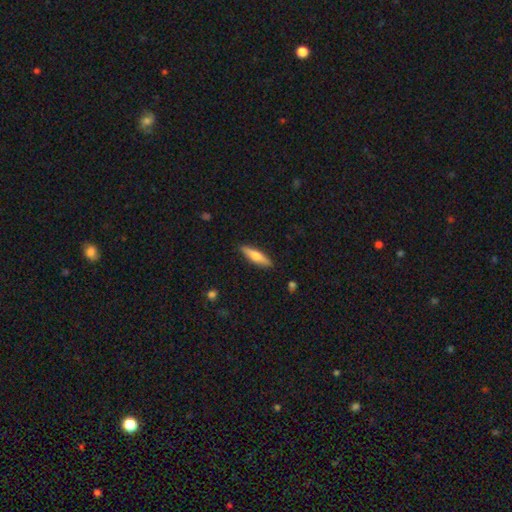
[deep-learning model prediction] Smooth or featured: smooth — 56% (featured or disk — 39%)
How rounded: cigar-shaped — 75% (in between — 23%)
Merging: none — 89% (minor disturbance — 8%)